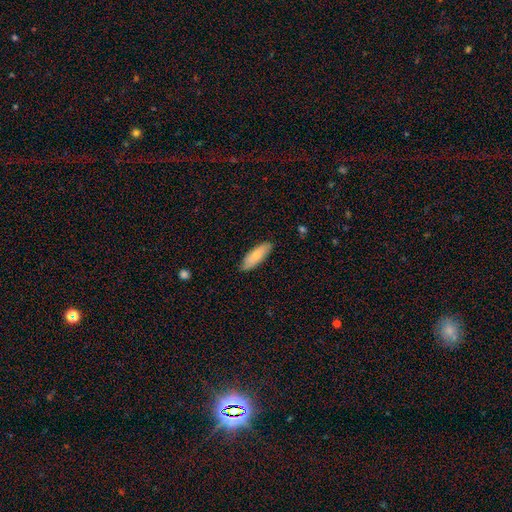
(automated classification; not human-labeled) smooth 75%, featured or disk 20%, star or artifact 5%. Down the decision tree: how rounded — in between (64%); merging — none (84%).